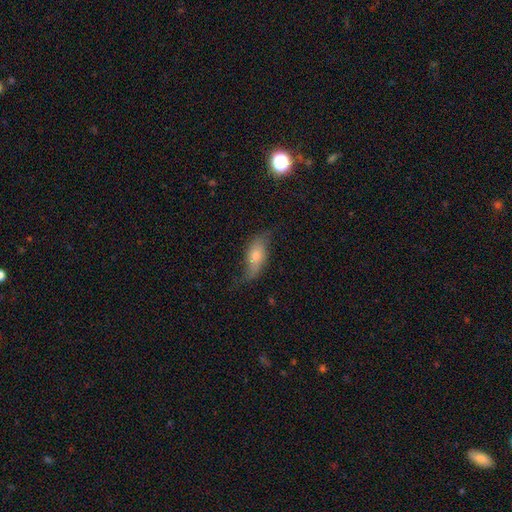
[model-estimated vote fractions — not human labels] Smooth or featured? Predicted: featured or disk (p=0.46). Merging? Predicted: none (p=0.58).